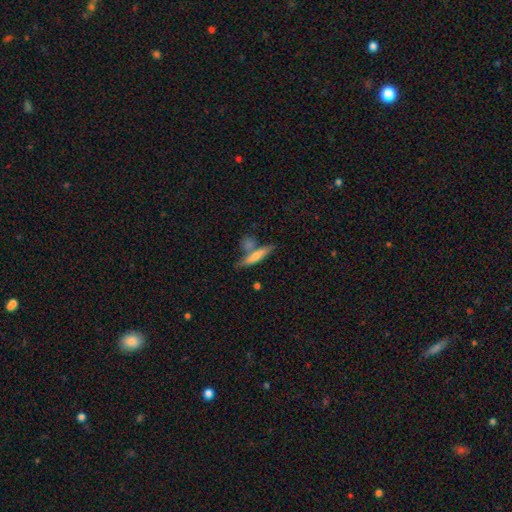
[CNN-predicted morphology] smooth 60%, featured or disk 34%, star or artifact 6%. Down the decision tree: how rounded — cigar-shaped (81%); merging — none (58%).